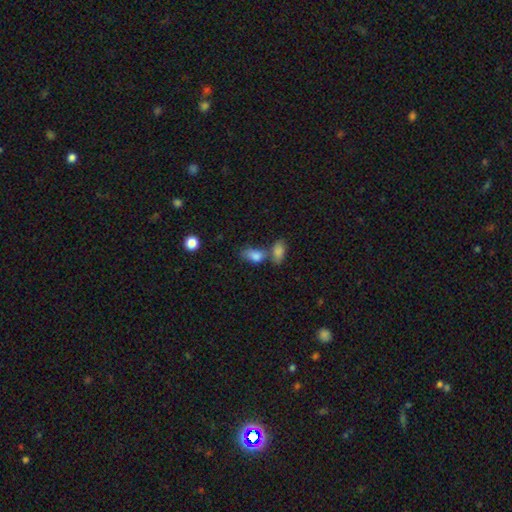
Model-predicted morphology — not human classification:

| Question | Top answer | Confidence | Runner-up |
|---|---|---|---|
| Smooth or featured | smooth | 82% | star or artifact (9%) |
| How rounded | in between | 87% | round (8%) |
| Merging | merger | 45% | none (34%) |